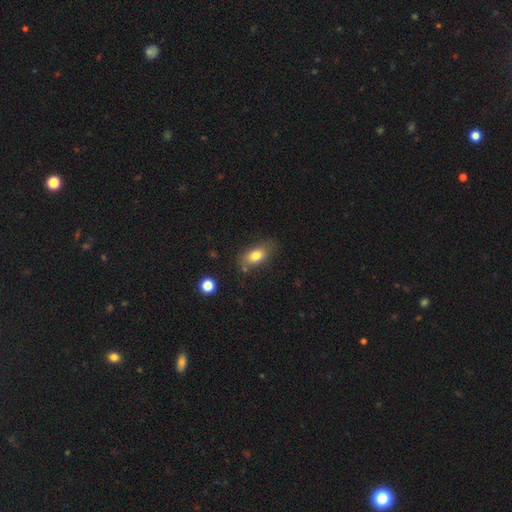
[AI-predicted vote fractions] smooth-or-featured: smooth: 78% | featured or disk: 14% | star or artifact: 9%
  how-rounded: in between: 85% | round: 10% | cigar-shaped: 5%
  merging: none: 72% | minor disturbance: 18% | merger: 5% | major disturbance: 5%